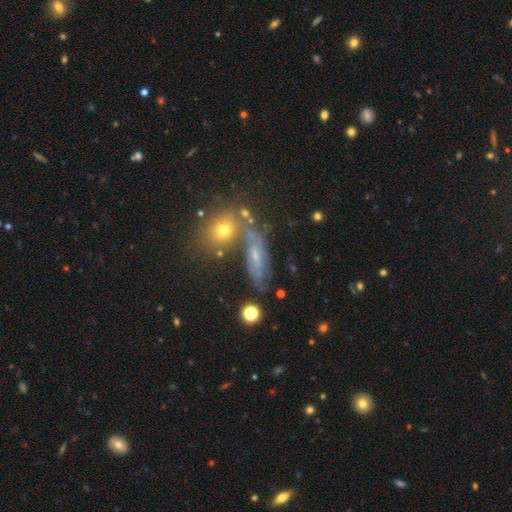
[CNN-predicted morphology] Smooth or featured: featured or disk — 53% (smooth — 31%)
Edge-on disk: no — 72% (yes — 28%)
Merging: none — 58% (minor disturbance — 19%)